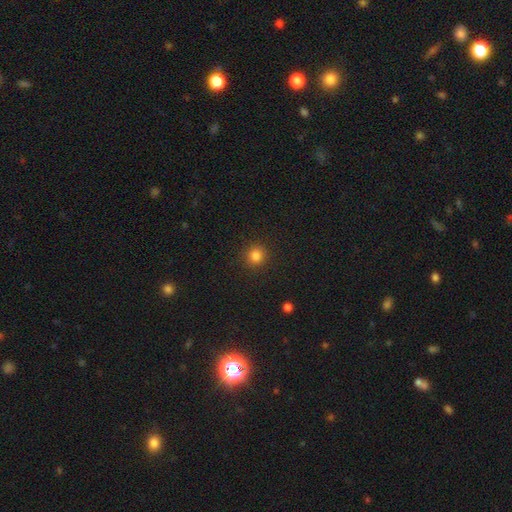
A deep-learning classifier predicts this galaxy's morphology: A smooth galaxy with no disk features (82%) that is round (92%). Merging: none (91%).